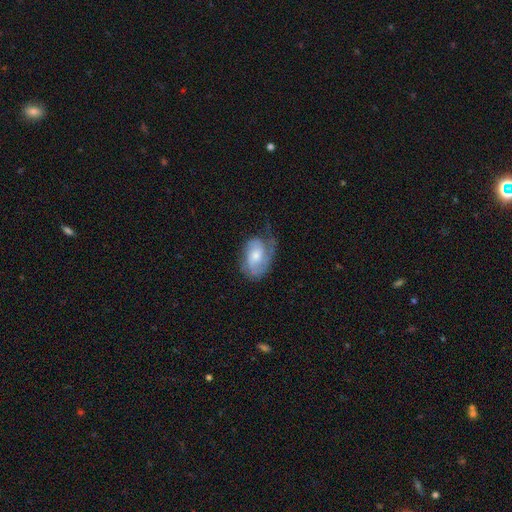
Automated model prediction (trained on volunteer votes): smooth-or-featured: featured or disk: 59% | smooth: 34% | star or artifact: 7%
  disk-edge-on: no: 96% | yes: 4%
    bar: no: 64% | weak: 31% | strong: 5%
    has-spiral-arms: yes: 84% | no: 16%
    bulge-size: moderate: 52% | small: 34% | large: 8% | none: 4% | dominant: 1%
  merging: none: 42% | minor disturbance: 31% | major disturbance: 25% | merger: 2%